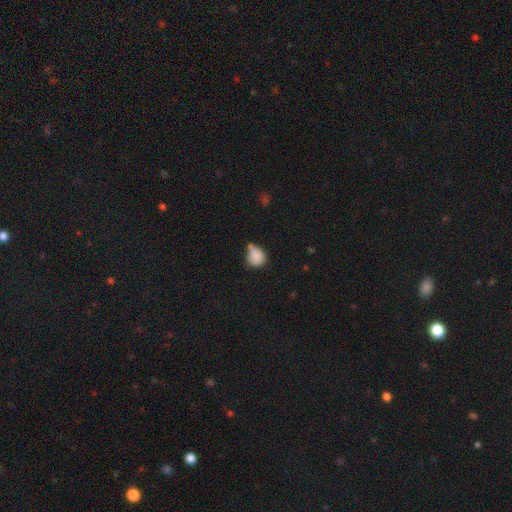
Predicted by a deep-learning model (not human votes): The model was most divided on "merging": none: 41%, minor disturbance: 36%, merger: 14%, major disturbance: 9%. More confident: smooth or featured — smooth (84%); how rounded — round (62%).